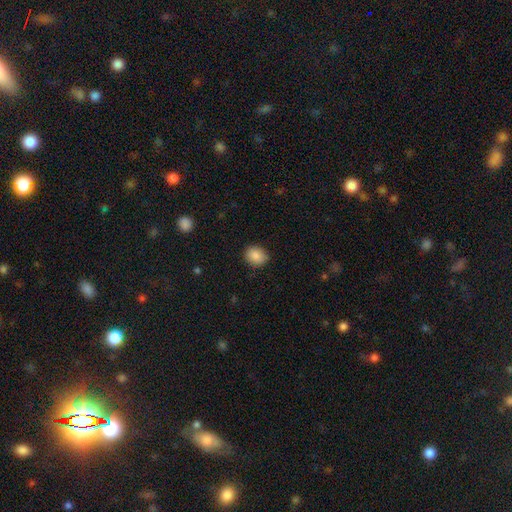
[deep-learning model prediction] A smooth galaxy with no disk features (88%) that is round (58%).

Vote fractions:
- Smooth or featured? smooth: 88% / star or artifact: 8% / featured or disk: 4%
- How rounded? round: 58% / in between: 41% / cigar-shaped: 1%
- Merging? none: 87% / minor disturbance: 9% / major disturbance: 2% / merger: 1%